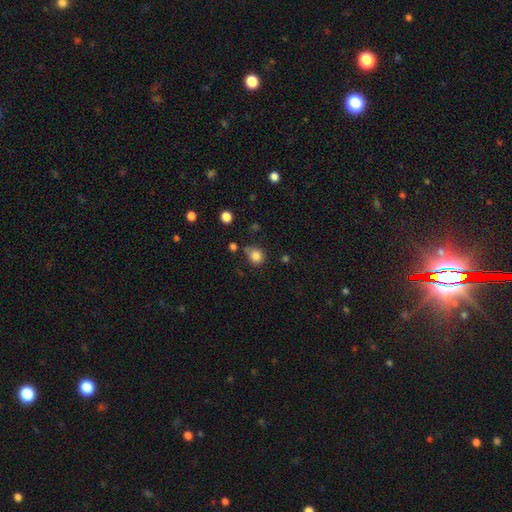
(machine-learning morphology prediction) A smooth galaxy with no disk features (84%) that is round (78%).

Vote fractions:
- Smooth or featured? smooth: 84% / star or artifact: 11% / featured or disk: 5%
- How rounded? round: 78% / in between: 21% / cigar-shaped: 1%
- Merging? none: 66% / minor disturbance: 20% / merger: 8% / major disturbance: 5%